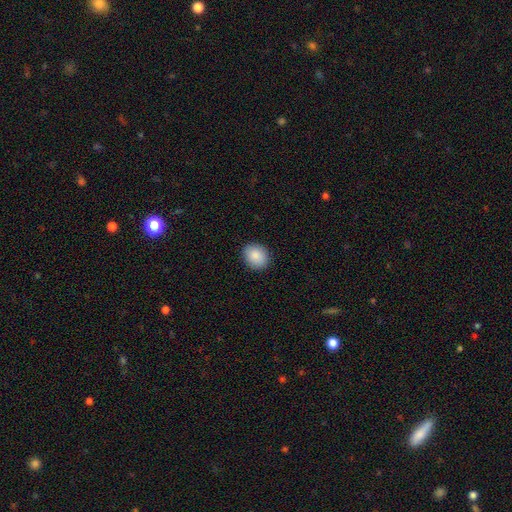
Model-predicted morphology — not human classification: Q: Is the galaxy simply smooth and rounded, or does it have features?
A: smooth — 88%.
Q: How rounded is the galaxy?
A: round — 62%.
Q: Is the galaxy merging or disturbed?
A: none — 90%.